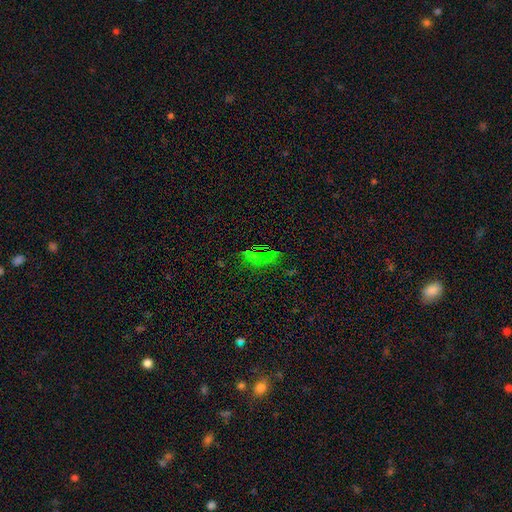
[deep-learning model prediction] Smooth or featured: smooth — 46% (star or artifact — 43%)
Merging: none — 75% (minor disturbance — 14%)